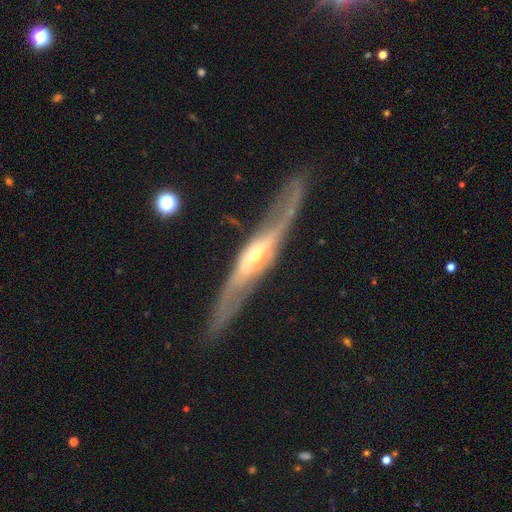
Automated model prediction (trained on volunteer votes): featured or disk 82%, smooth 13%, star or artifact 5%. Down the decision tree: edge-on disk — yes (75%); edge-on bulge — rounded (81%); merging — none (72%).